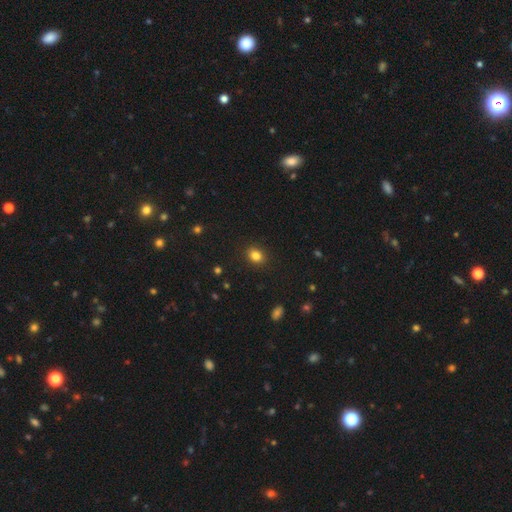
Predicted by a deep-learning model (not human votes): Smooth or featured? smooth (83%)
How rounded? round (52%)
Merging? none (89%)